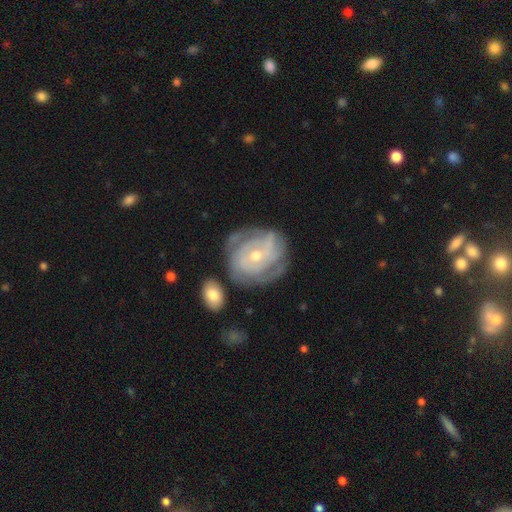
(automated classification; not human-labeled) A featured or disk galaxy (83%) with no bar (70%), tight (69%) spiral arms (90%) and a small central bulge (53%). Merging: none (67%).